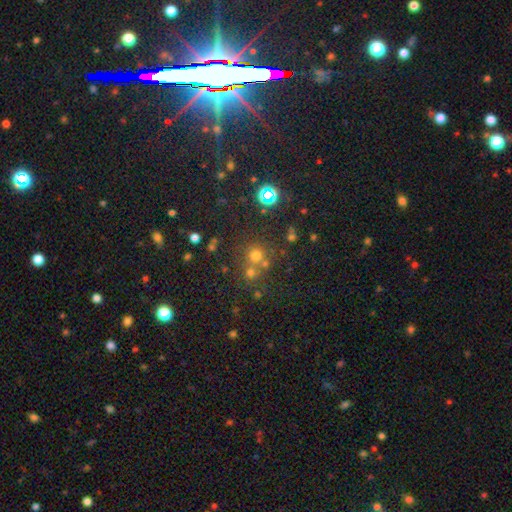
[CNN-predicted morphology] Overall: smooth (60%; star or artifact 30%). How rounded: round (90%). Merging: none (61%; merger 27%).